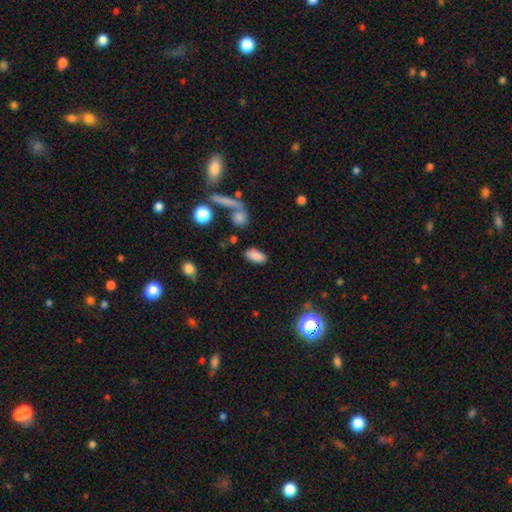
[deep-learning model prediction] Smooth or featured?
  - smooth: 85% *
  - star or artifact: 9%
  - featured or disk: 6%
How rounded?
  - in between: 90% *
  - cigar-shaped: 6%
  - round: 4%
Merging?
  - none: 80% *
  - minor disturbance: 11%
  - merger: 5%
  - major disturbance: 4%